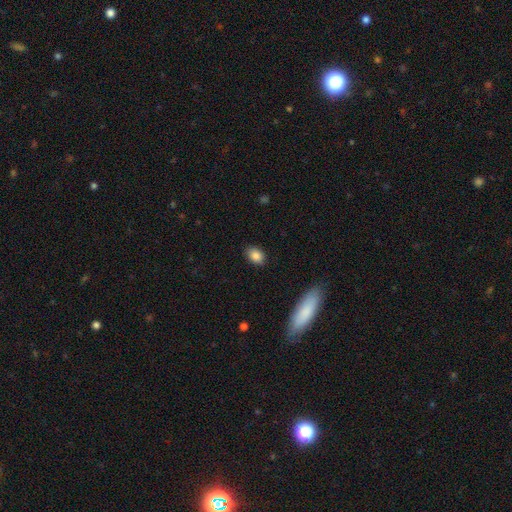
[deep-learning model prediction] A smooth galaxy with no disk features (86%) that is in between round and cigar-shaped (82%). Merging: none (86%).